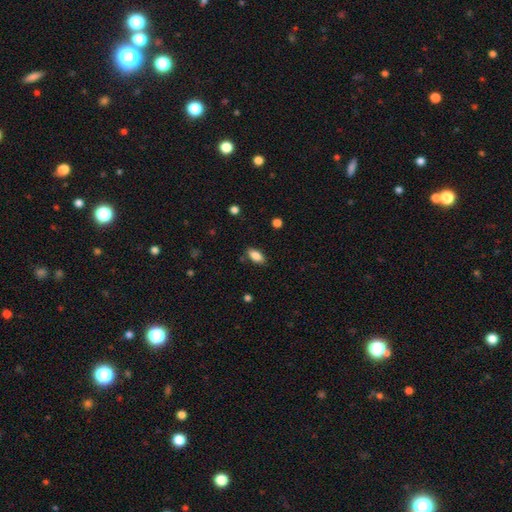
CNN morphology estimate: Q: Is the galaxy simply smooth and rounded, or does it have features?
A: smooth — 85%.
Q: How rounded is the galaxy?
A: in between — 90%.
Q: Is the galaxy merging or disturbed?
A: none — 84%.